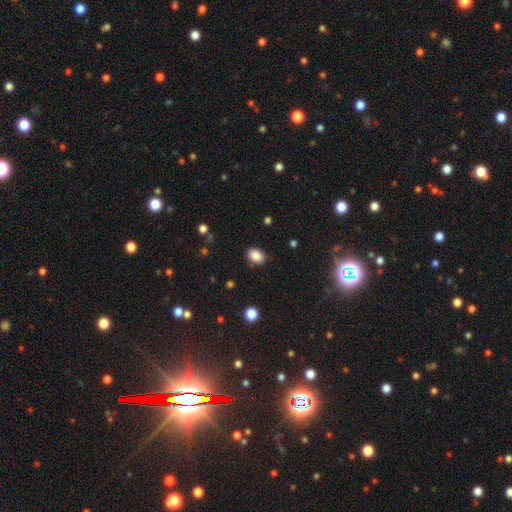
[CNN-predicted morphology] This is clearly a smooth galaxy (87%). How rounded: likely in between (77%). Merging: clearly none (84%).